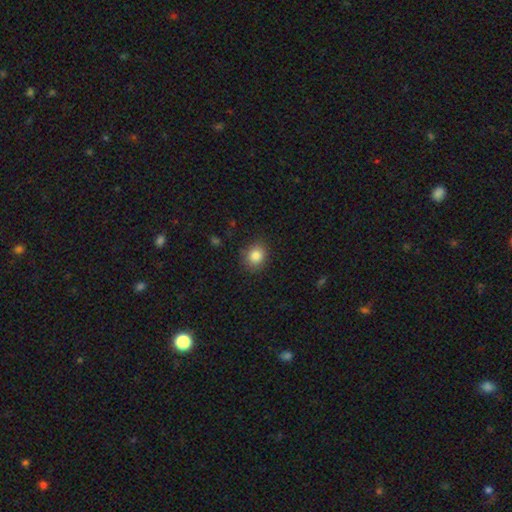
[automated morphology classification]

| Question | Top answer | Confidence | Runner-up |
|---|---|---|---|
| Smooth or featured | smooth | 85% | star or artifact (10%) |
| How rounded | round | 68% | in between (31%) |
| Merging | none | 84% | minor disturbance (12%) |